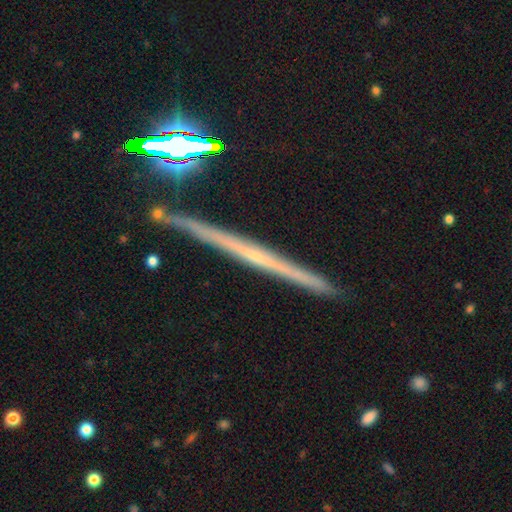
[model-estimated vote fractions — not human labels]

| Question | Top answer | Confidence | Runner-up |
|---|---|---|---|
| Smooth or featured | featured or disk | 67% | smooth (20%) |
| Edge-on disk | yes | 97% | no (3%) |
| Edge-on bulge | none | 73% | rounded (22%) |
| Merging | none | 89% | minor disturbance (8%) |